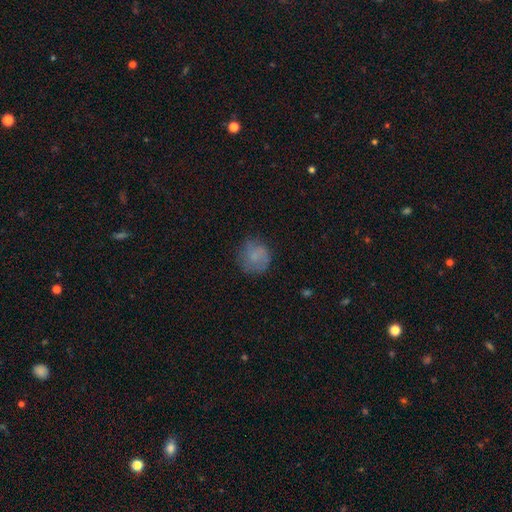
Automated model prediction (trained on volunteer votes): A smooth galaxy with no disk features (75%) that is round (88%).

Vote fractions:
- Smooth or featured? smooth: 75% / featured or disk: 16% / star or artifact: 10%
- How rounded? round: 88% / in between: 11% / cigar-shaped: 1%
- Merging? none: 71% / minor disturbance: 20% / major disturbance: 8% / merger: 1%